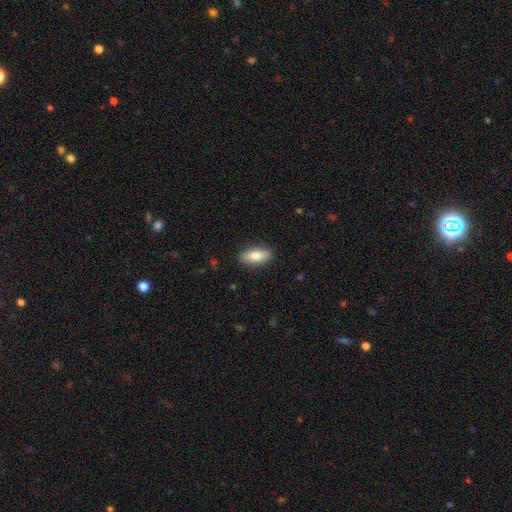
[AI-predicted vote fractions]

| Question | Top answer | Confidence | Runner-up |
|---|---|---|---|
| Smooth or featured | smooth | 83% | featured or disk (11%) |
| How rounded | in between | 84% | cigar-shaped (14%) |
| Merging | none | 88% | minor disturbance (9%) |